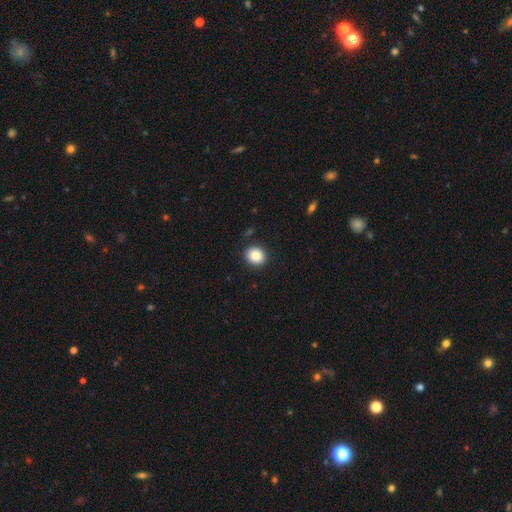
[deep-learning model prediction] smooth_or_featured: smooth (p=0.87) [alt: star or artifact p=0.09]
how_rounded: round (p=0.70) [alt: in between p=0.29]
merging: none (p=0.89) [alt: minor disturbance p=0.07]